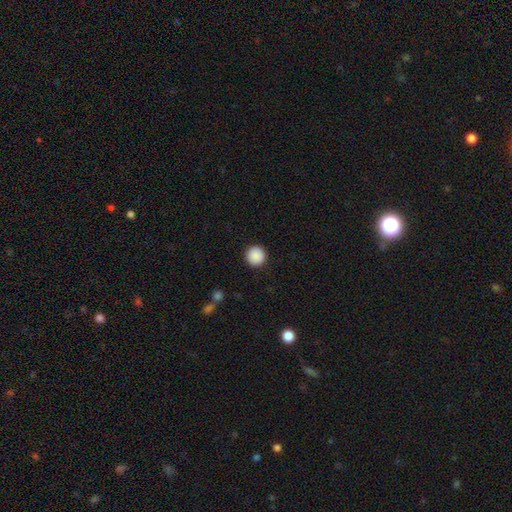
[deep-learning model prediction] Smooth or featured: smooth — 90% (star or artifact — 8%)
How rounded: round — 96% (in between — 3%)
Merging: none — 93% (minor disturbance — 4%)